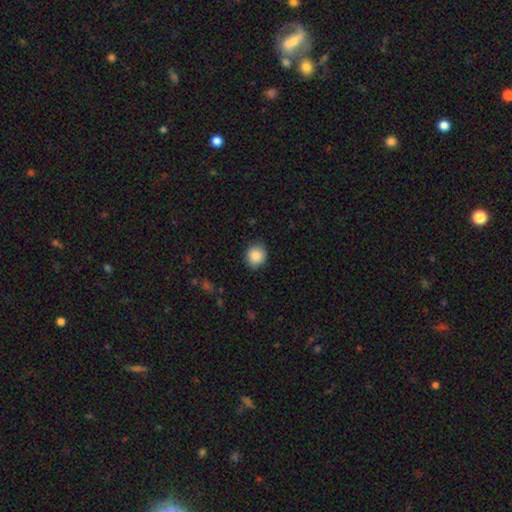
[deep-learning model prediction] smooth-or-featured: smooth: 87% | star or artifact: 8% | featured or disk: 5%
  how-rounded: round: 72% | in between: 27% | cigar-shaped: 1%
  merging: none: 83% | minor disturbance: 13% | major disturbance: 3% | merger: 1%